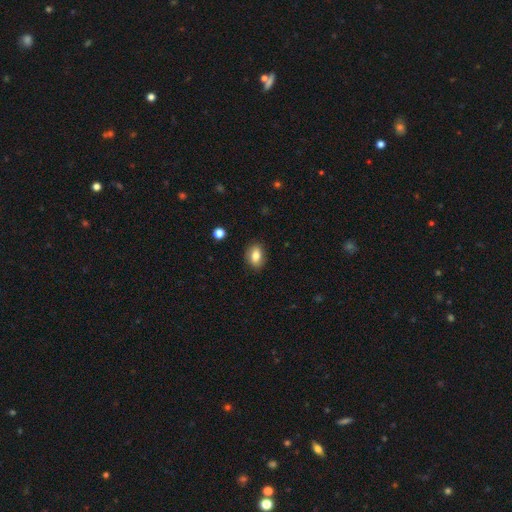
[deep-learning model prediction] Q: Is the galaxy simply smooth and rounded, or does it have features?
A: smooth — 78%.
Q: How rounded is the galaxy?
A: in between — 77%.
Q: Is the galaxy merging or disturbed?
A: none — 85%.